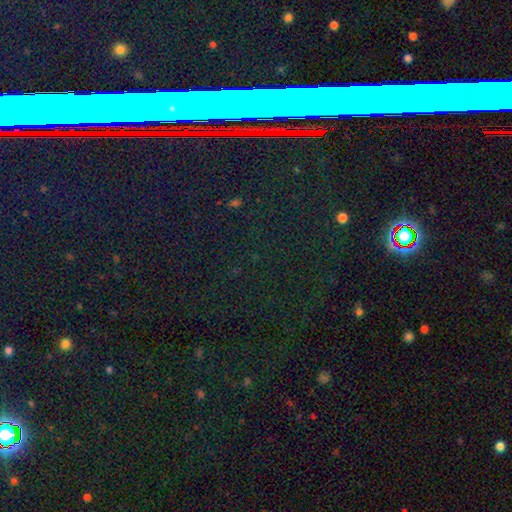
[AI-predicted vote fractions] Q: Smooth or featured?
A: star or artifact (71%); runner-up: smooth (15%)